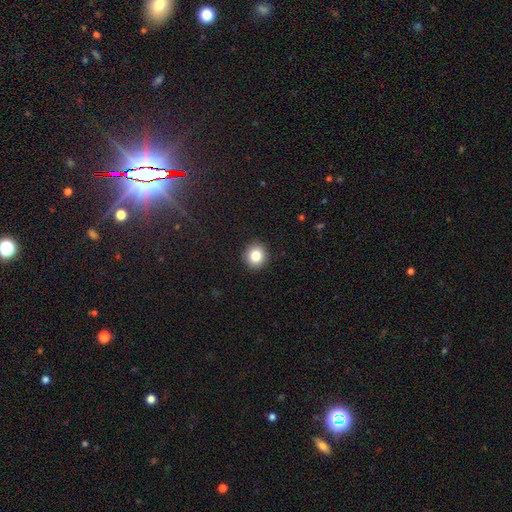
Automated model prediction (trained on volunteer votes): Q: Smooth or featured?
A: smooth (84%); runner-up: star or artifact (10%)
Q: How rounded?
A: round (87%); runner-up: in between (12%)
Q: Merging?
A: none (91%); runner-up: minor disturbance (6%)